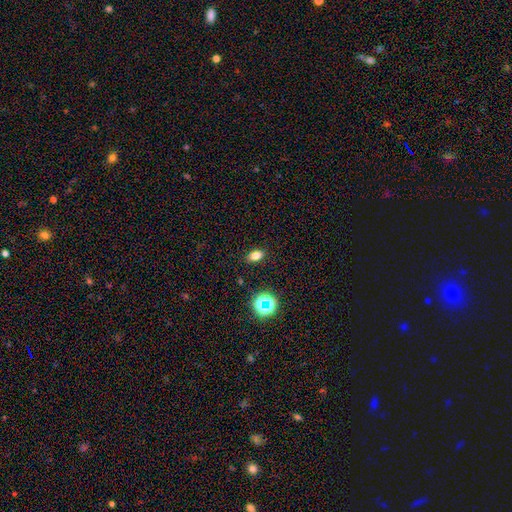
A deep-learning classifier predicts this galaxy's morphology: Smooth or featured: smooth — 77% (star or artifact — 16%)
How rounded: in between — 83% (round — 15%)
Merging: none — 89% (minor disturbance — 8%)